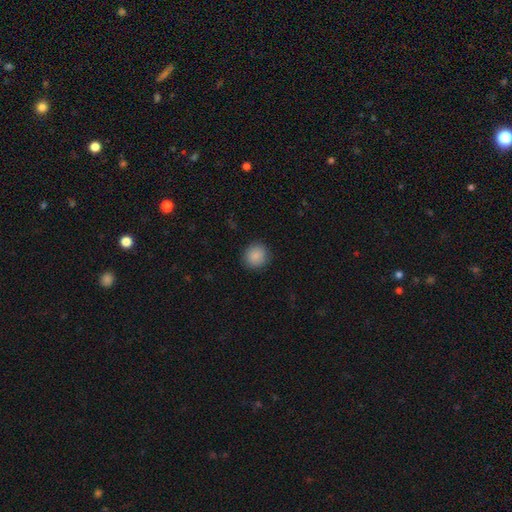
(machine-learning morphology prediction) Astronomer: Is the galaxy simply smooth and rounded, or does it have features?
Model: smooth — 88%.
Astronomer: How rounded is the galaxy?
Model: round — 91%.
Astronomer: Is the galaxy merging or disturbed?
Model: none — 90%.